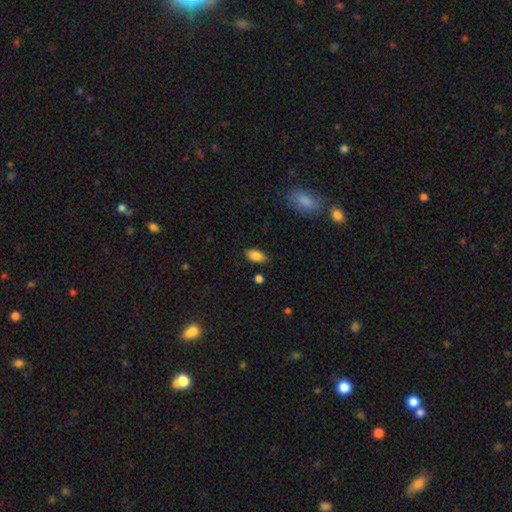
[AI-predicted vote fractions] Smooth or featured? smooth (84%)
How rounded? in between (91%)
Merging? none (84%)